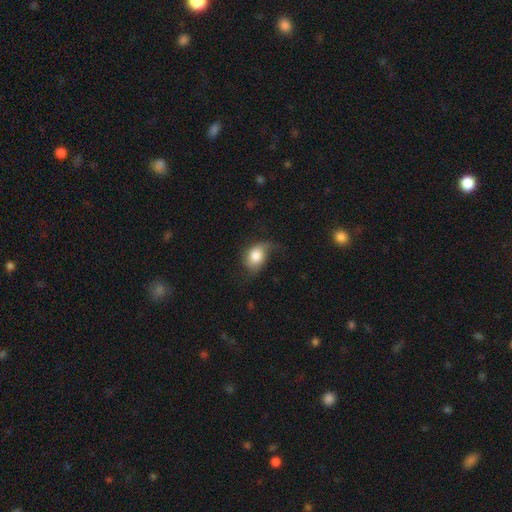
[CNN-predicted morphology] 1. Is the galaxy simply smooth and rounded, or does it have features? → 74% smooth, 18% featured or disk, 8% star or artifact.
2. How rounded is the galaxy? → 70% in between, 29% round, 1% cigar-shaped.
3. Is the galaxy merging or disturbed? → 37% none, 36% minor disturbance, 24% major disturbance, 2% merger.